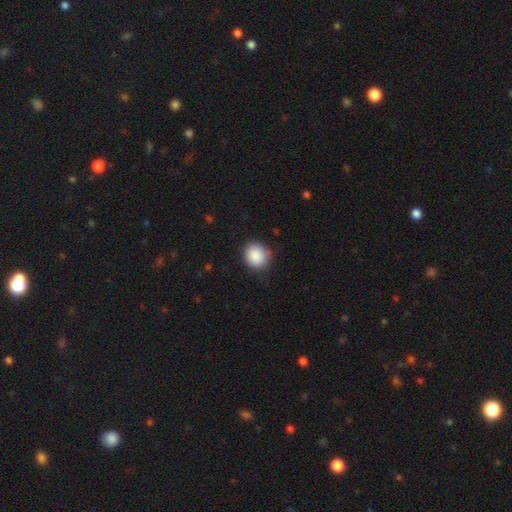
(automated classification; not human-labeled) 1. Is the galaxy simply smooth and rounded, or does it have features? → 89% smooth, 8% star or artifact, 4% featured or disk.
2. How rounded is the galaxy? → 83% round, 16% in between, 1% cigar-shaped.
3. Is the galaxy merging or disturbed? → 86% none, 10% minor disturbance, 2% major disturbance, 1% merger.